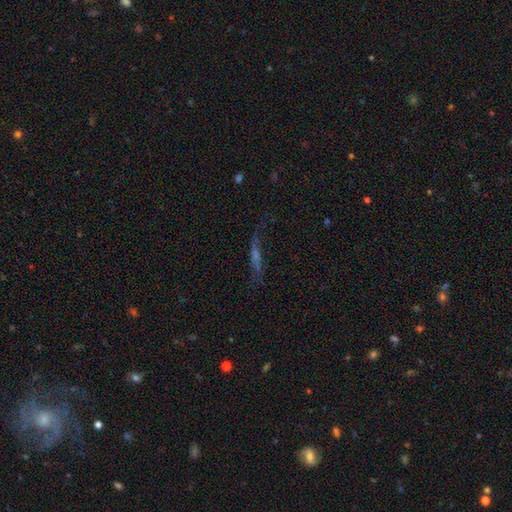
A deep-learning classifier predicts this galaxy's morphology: Smooth or featured?
  - featured or disk: 54% *
  - smooth: 28%
  - star or artifact: 18%
Edge-on disk?
  - yes: 65% *
  - no: 35%
Merging?
  - none: 64% *
  - minor disturbance: 19%
  - major disturbance: 14%
  - merger: 3%